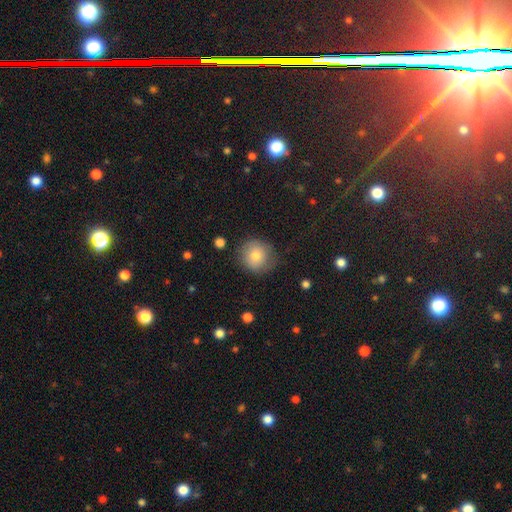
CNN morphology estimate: Smooth or featured? smooth (76%)
How rounded? round (90%)
Merging? none (78%)